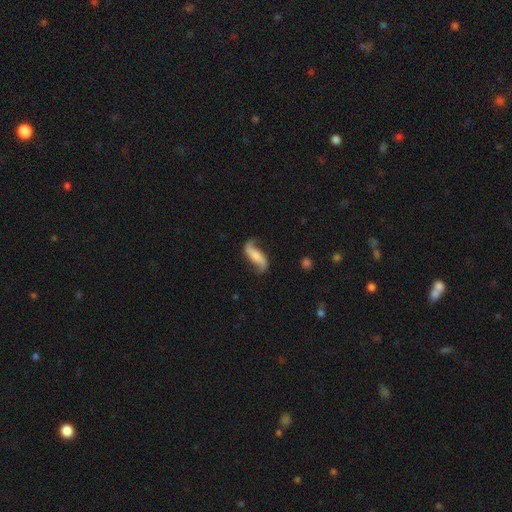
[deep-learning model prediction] This appears to be a featured or disk galaxy (75%) with no bar (42%), 2 (92%) loose (86%) spiral arms (94%) and no central bulge (33%). Merging: none (72%).